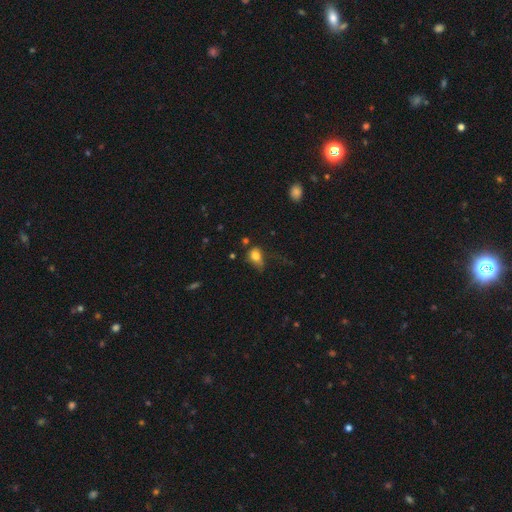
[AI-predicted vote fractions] smooth 77%, featured or disk 12%, star or artifact 12%. Down the decision tree: how rounded — in between (57%); merging — none (33%).